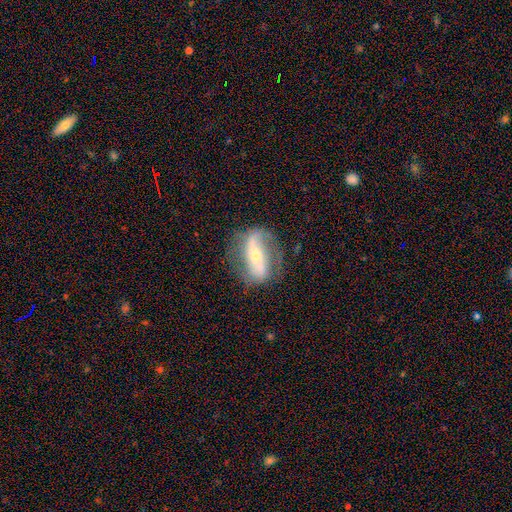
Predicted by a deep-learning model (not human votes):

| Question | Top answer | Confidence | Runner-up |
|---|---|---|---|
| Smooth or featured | featured or disk | 80% | smooth (14%) |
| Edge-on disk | no | 91% | yes (9%) |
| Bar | strong | 53% | no (25%) |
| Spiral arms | yes | 86% | no (14%) |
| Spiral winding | loose | 55% | medium (30%) |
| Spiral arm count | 2 | 81% | 1 (10%) |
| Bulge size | small | 54% | moderate (42%) |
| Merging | none | 69% | minor disturbance (18%) |